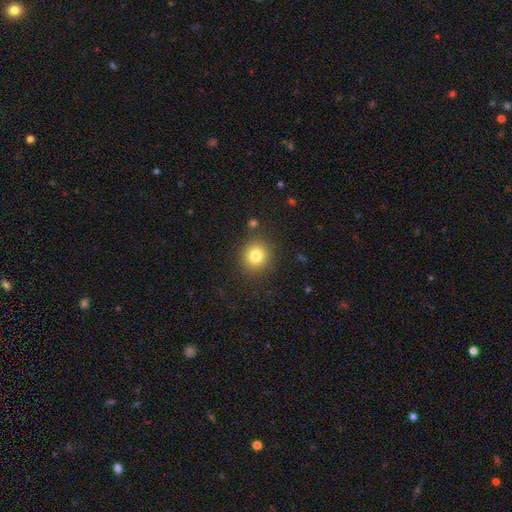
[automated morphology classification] Q: Smooth or featured?
A: smooth (80%); runner-up: star or artifact (12%)
Q: How rounded?
A: round (87%); runner-up: in between (12%)
Q: Merging?
A: none (87%); runner-up: minor disturbance (8%)